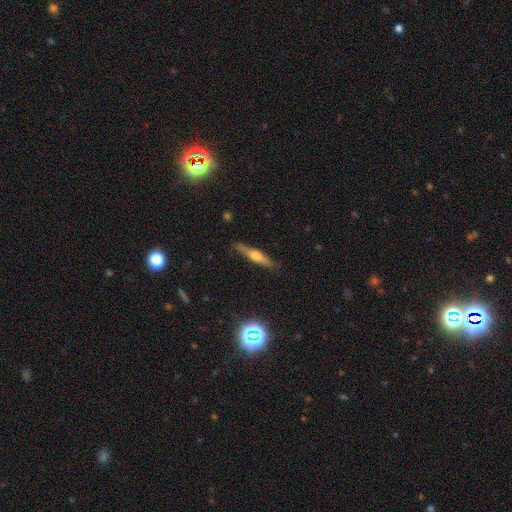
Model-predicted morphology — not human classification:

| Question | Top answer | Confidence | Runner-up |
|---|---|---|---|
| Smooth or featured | featured or disk | 53% | smooth (40%) |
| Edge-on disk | yes | 95% | no (5%) |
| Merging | none | 84% | minor disturbance (12%) |